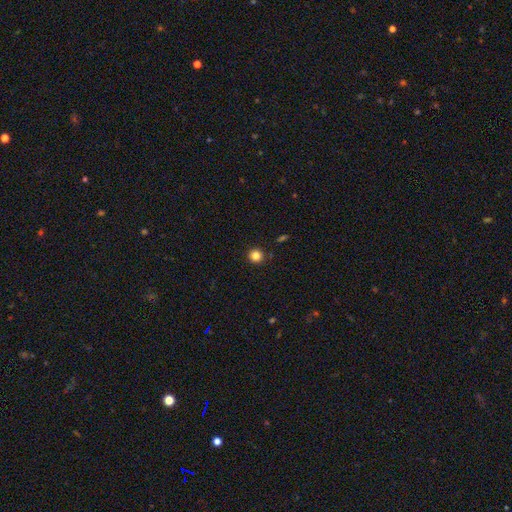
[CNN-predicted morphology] A smooth galaxy with no disk features (83%) that is round (94%). Merging: none (92%).